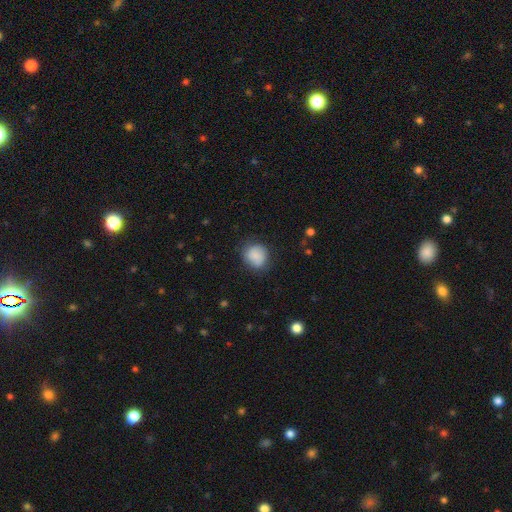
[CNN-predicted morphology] Smooth or featured?
  - smooth: 84% *
  - featured or disk: 8%
  - star or artifact: 8%
How rounded?
  - round: 77% *
  - in between: 22%
  - cigar-shaped: 1%
Merging?
  - none: 72% *
  - minor disturbance: 20%
  - major disturbance: 6%
  - merger: 2%